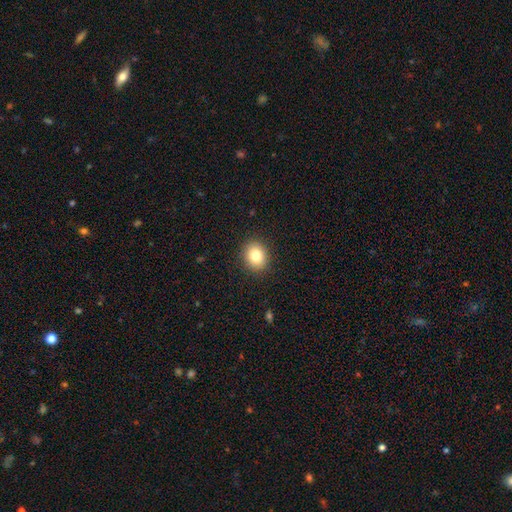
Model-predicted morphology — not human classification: A smooth galaxy with no disk features (81%) that is round (58%). Merging: none (90%).